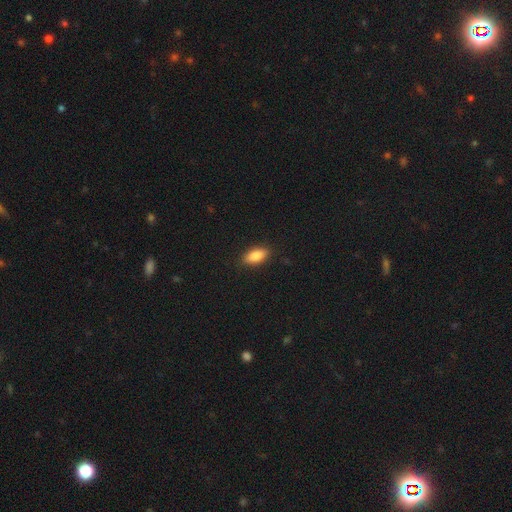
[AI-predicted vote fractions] This appears to be a smooth galaxy with no disk features (85%) that is in between round and cigar-shaped (86%). Merging: none (88%).